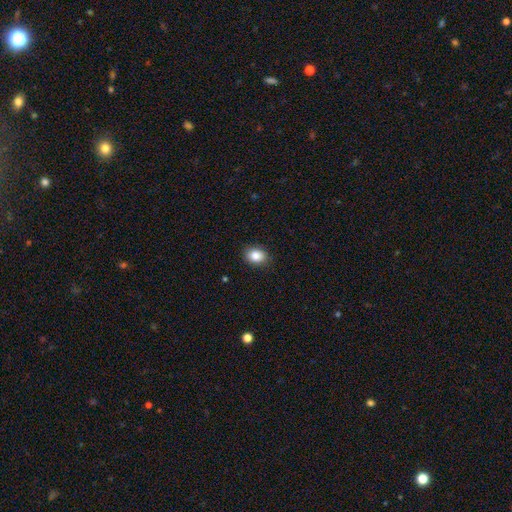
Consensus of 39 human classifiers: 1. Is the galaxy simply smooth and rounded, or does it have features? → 85% smooth, 10% featured or disk, 5% star or artifact.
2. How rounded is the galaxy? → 76% in between, 24% round, 0% cigar-shaped.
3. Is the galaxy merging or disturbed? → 81% none, 16% minor disturbance, 3% major disturbance, 0% merger.